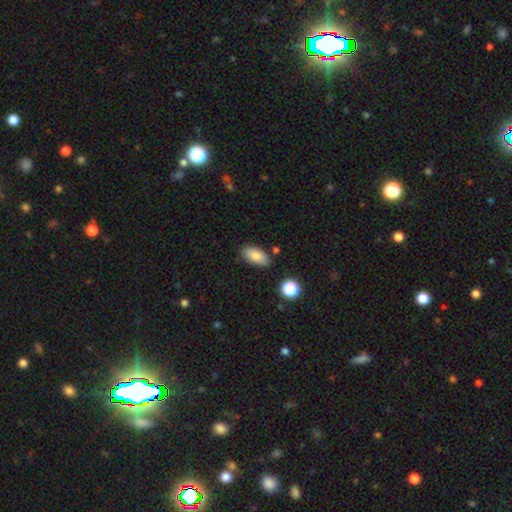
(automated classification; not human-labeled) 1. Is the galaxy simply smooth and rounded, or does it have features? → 85% smooth, 8% star or artifact, 7% featured or disk.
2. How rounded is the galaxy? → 91% in between, 5% cigar-shaped, 4% round.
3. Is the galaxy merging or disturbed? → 81% none, 13% minor disturbance, 4% merger, 3% major disturbance.